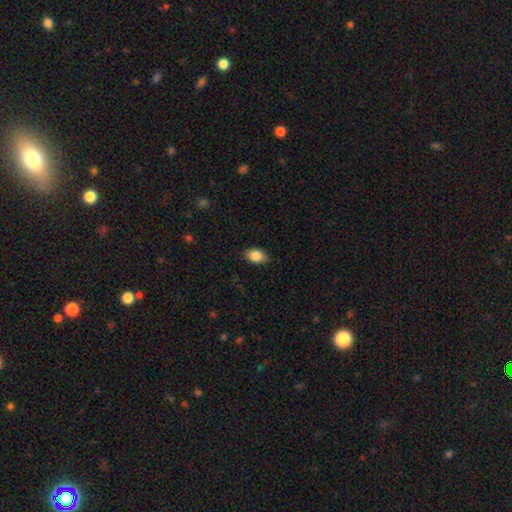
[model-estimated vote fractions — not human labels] smooth 86%, star or artifact 8%, featured or disk 6%. Down the decision tree: how rounded — in between (87%); merging — none (87%).